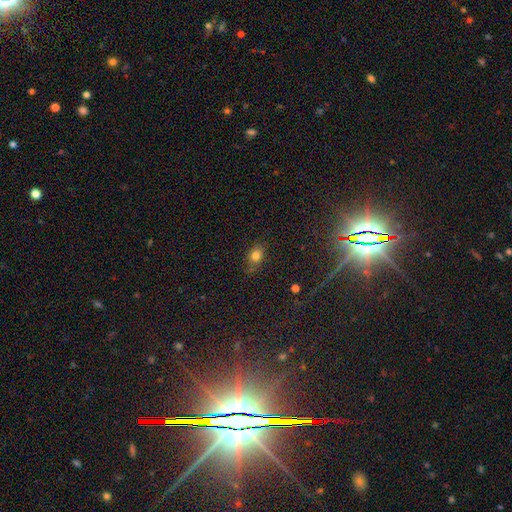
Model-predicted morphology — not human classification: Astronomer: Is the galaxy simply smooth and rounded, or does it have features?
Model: smooth — 78%.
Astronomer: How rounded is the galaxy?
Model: in between — 66%.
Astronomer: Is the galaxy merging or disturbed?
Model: none — 77%.